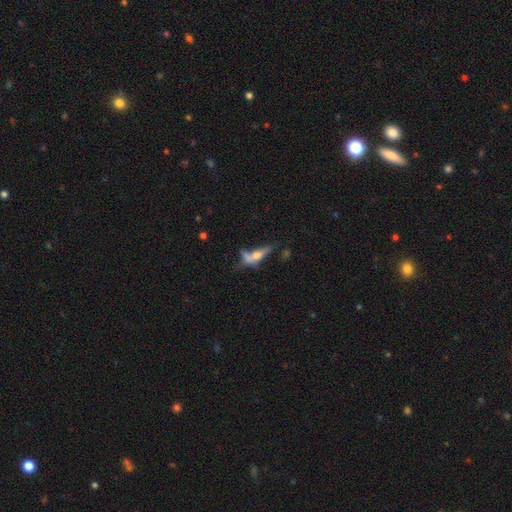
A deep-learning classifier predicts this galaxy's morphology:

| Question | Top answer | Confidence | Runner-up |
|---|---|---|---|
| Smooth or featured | featured or disk | 47% | smooth (40%) |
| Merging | none | 33% | merger (28%) |